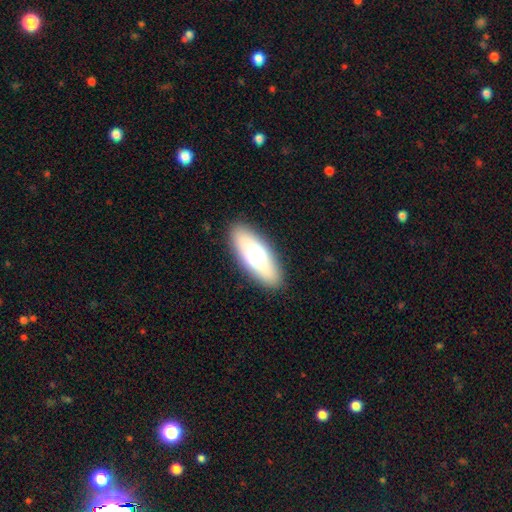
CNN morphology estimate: Smooth or featured: smooth — 67% (featured or disk — 26%)
How rounded: in between — 71% (cigar-shaped — 26%)
Merging: none — 89% (minor disturbance — 8%)